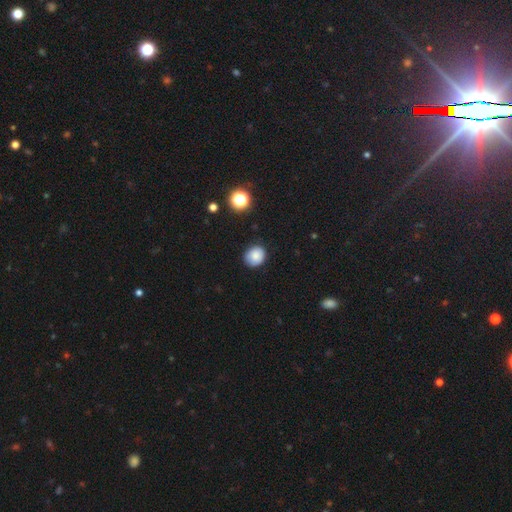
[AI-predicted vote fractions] smooth_or_featured: smooth (p=0.83) [alt: star or artifact p=0.10]
how_rounded: round (p=0.70) [alt: in between p=0.29]
merging: none (p=0.81) [alt: minor disturbance p=0.15]